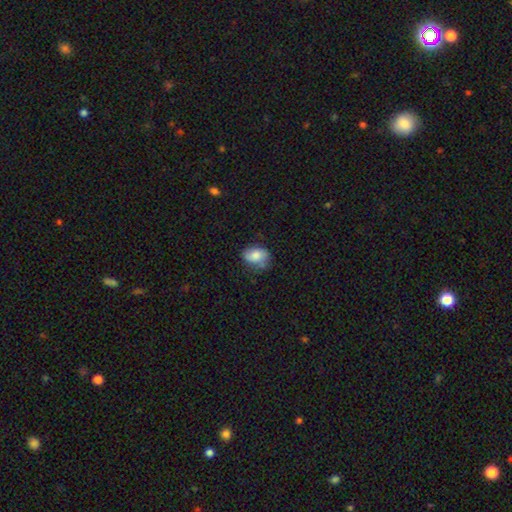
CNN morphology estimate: smooth-or-featured: smooth: 73% | featured or disk: 19% | star or artifact: 8%
  how-rounded: in between: 75% | round: 24% | cigar-shaped: 1%
  merging: none: 61% | minor disturbance: 29% | major disturbance: 8% | merger: 2%